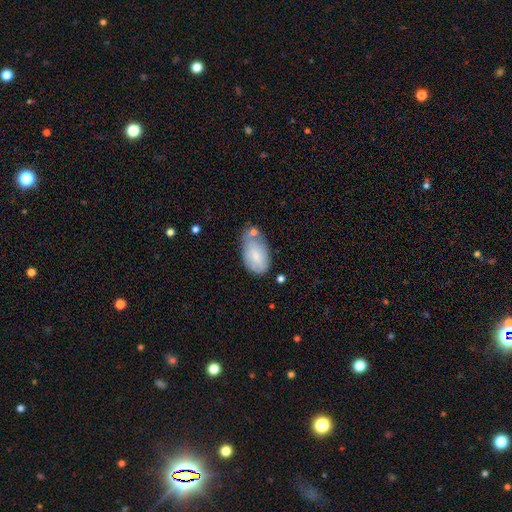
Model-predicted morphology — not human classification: A smooth galaxy with no disk features (75%) that is in between round and cigar-shaped (94%). Merging: none (41%).